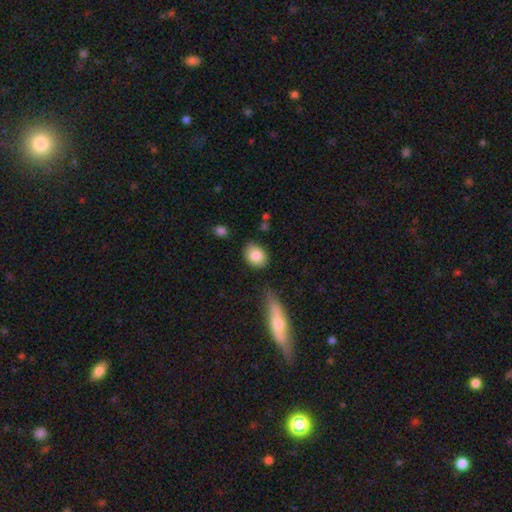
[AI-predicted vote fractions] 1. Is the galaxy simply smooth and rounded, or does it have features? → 85% smooth, 8% featured or disk, 7% star or artifact.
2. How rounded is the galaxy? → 57% in between, 42% round, 2% cigar-shaped.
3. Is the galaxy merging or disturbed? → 81% none, 13% minor disturbance, 3% merger, 3% major disturbance.